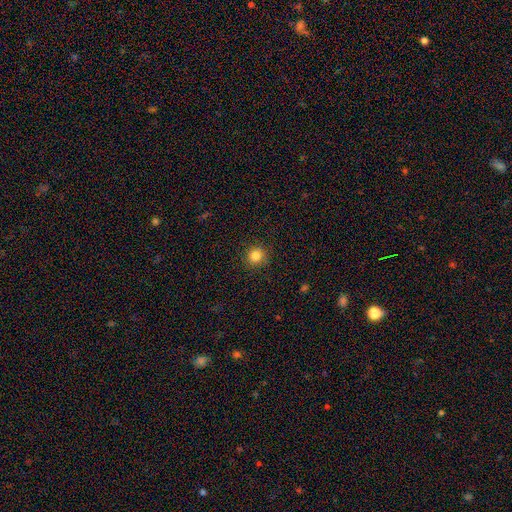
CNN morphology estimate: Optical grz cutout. It shows a smooth galaxy with no disk features (84%) that is round (92%). Merging: none (90%).